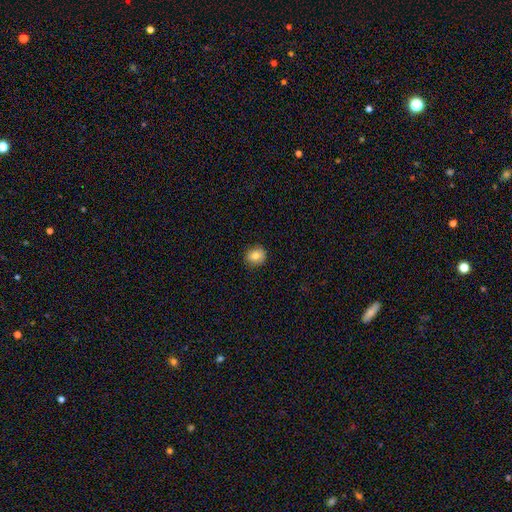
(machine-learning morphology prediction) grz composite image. It shows a smooth galaxy with no disk features (79%) that is round (80%). Merging: none (84%).